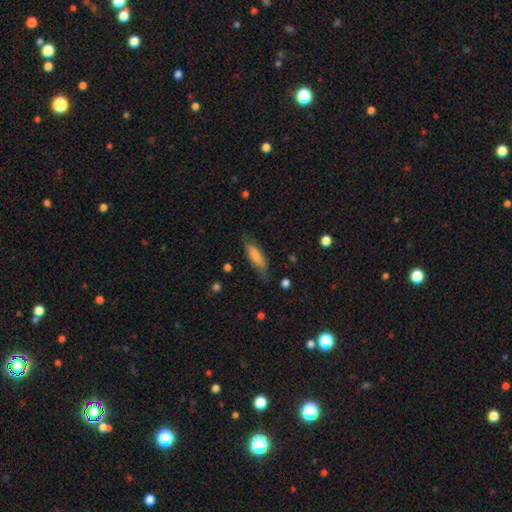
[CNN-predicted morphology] This is likely a smooth galaxy (77%). How rounded: possibly in between (49%, tied with cigar-shaped). Merging: likely none (68%).